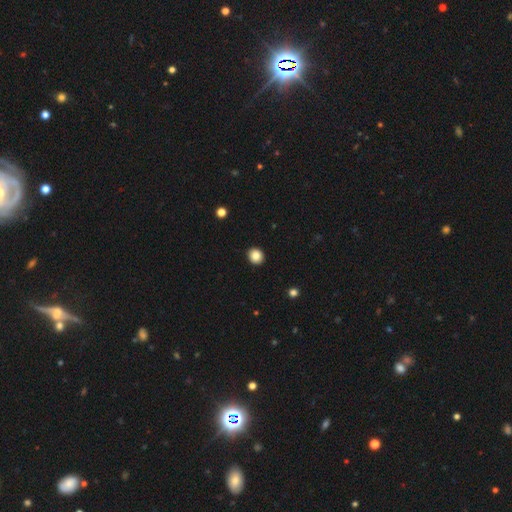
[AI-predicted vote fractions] smooth 86%, star or artifact 10%, featured or disk 4%. Down the decision tree: how rounded — round (82%); merging — none (93%).